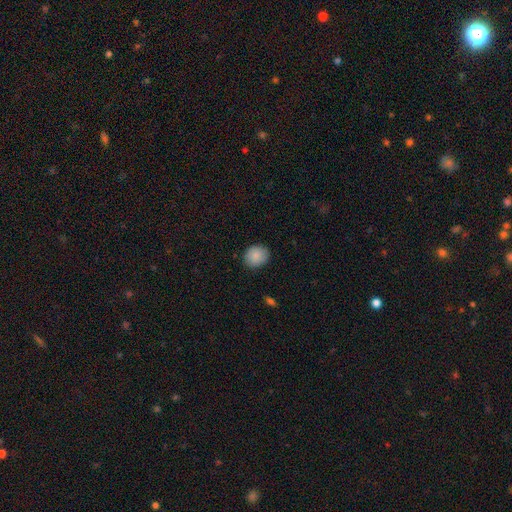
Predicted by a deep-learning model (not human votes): smooth-or-featured: smooth: 88% | star or artifact: 7% | featured or disk: 5%
  how-rounded: round: 63% | in between: 36% | cigar-shaped: 1%
  merging: none: 86% | minor disturbance: 10% | major disturbance: 2% | merger: 1%